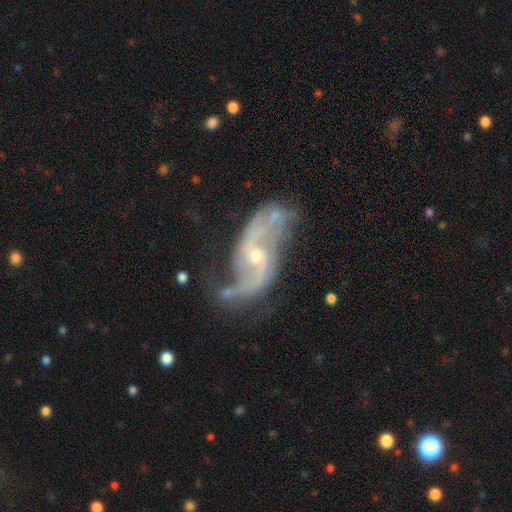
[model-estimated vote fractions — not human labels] smooth_or_featured: featured or disk (p=0.88) [alt: star or artifact p=0.06]
disk_edge_on: no (p=0.96) [alt: yes p=0.04]
bar: no (p=0.45) [alt: weak p=0.40]
has_spiral_arms: yes (p=0.95) [alt: no p=0.05]
spiral_winding: loose (p=0.64) [alt: medium p=0.28]
spiral_arm_count: 2 (p=0.89) [alt: can't tell p=0.04]
bulge_size: small (p=0.61) [alt: moderate p=0.34]
merging: none (p=0.57) [alt: minor disturbance p=0.22]